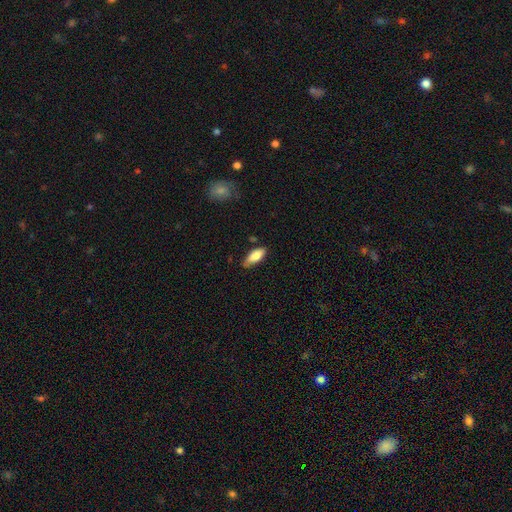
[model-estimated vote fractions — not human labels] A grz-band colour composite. It shows a smooth galaxy with no disk features (79%) that is in between round and cigar-shaped (80%). Merging: none (74%).